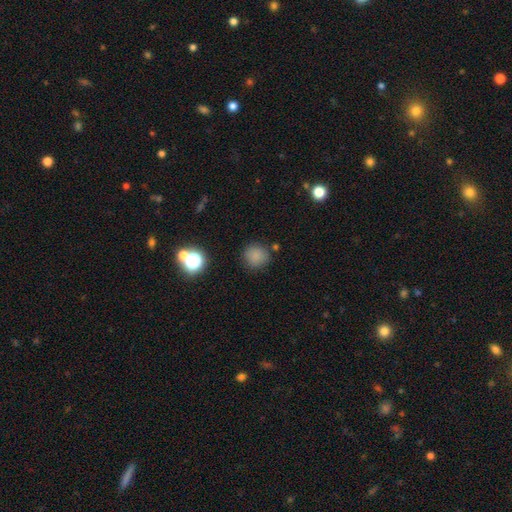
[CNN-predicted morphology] smooth 81%, star or artifact 14%, featured or disk 5%. Down the decision tree: how rounded — round (91%); merging — none (83%).